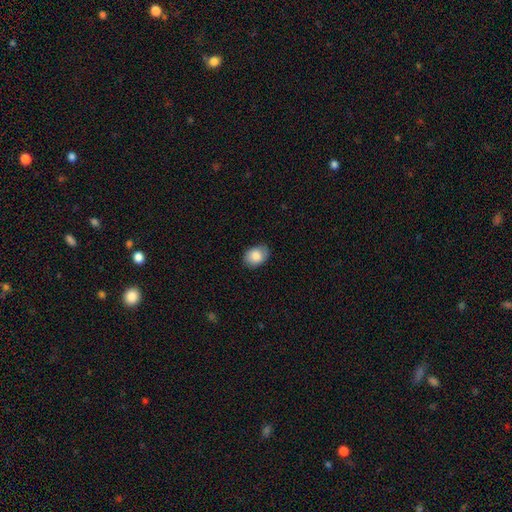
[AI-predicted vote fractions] smooth-or-featured: smooth: 83% | featured or disk: 9% | star or artifact: 7%
  how-rounded: in between: 76% | round: 23% | cigar-shaped: 1%
  merging: none: 81% | minor disturbance: 15% | major disturbance: 3% | merger: 1%